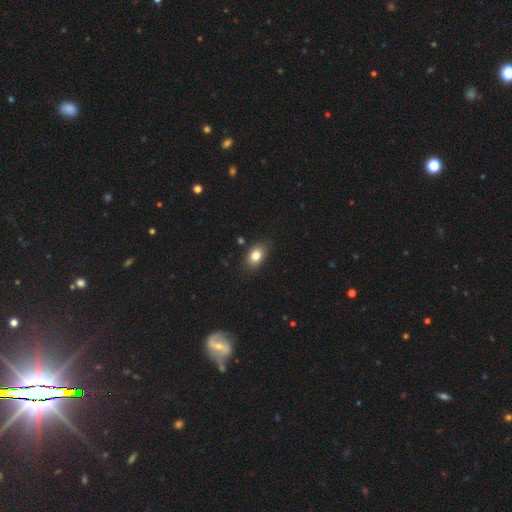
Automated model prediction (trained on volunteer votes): This is clearly a smooth galaxy (81%). How rounded: clearly in between (81%). Merging: clearly none (85%).